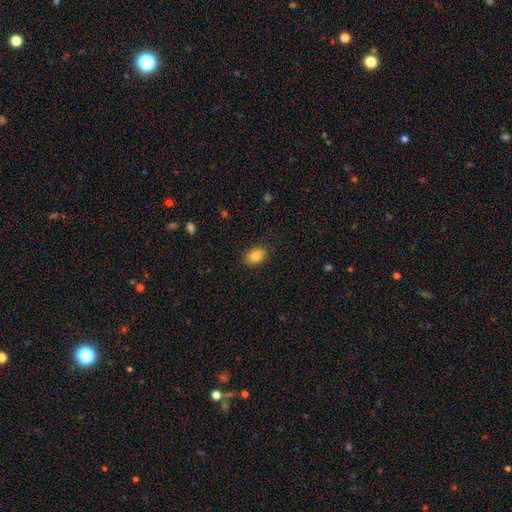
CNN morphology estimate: This appears to be a smooth galaxy with no disk features (85%) that is in between round and cigar-shaped (80%). Merging: none (87%).